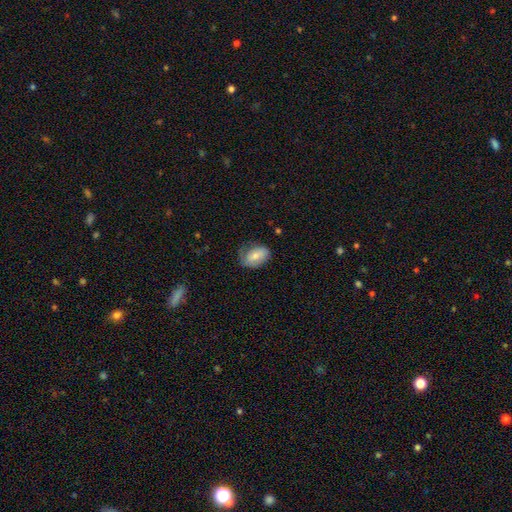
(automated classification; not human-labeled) The model was most divided on "merging": none: 51%, minor disturbance: 31%, major disturbance: 17%, merger: 1%. More confident: how rounded — in between (83%); smooth or featured — smooth (63%).